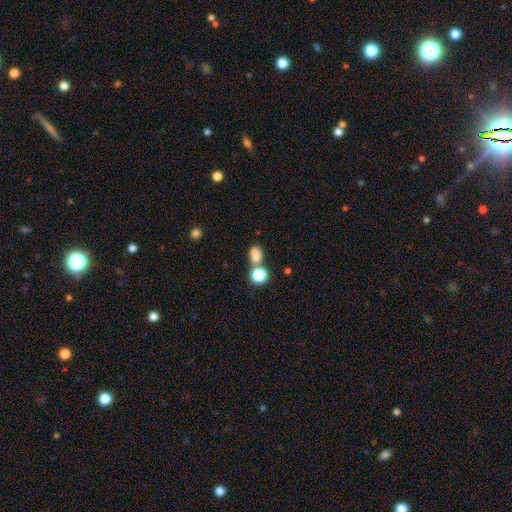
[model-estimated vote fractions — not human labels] Q: Smooth or featured?
A: smooth (75%); runner-up: star or artifact (16%)
Q: How rounded?
A: in between (58%); runner-up: round (40%)
Q: Merging?
A: none (46%); runner-up: merger (36%)